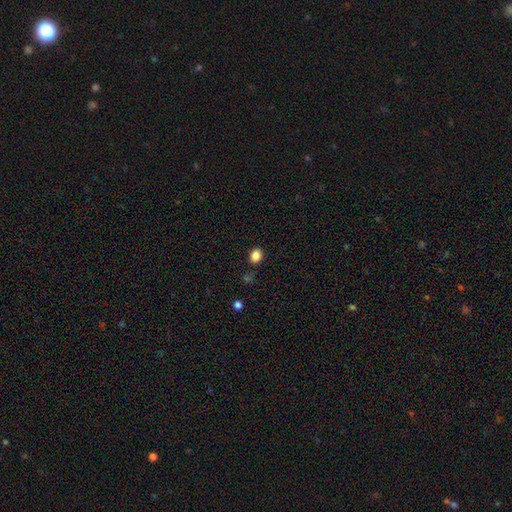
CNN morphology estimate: Overall: smooth (86%). How rounded: in between (57%; round 42%). Merging: none (82%).